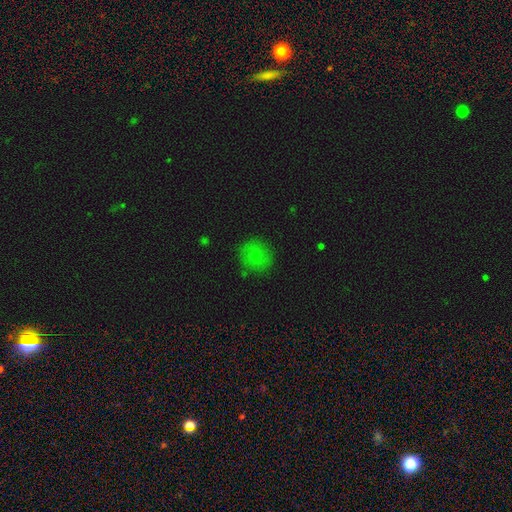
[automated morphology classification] The model was most divided on "smooth or featured": smooth: 68%, featured or disk: 19%, star or artifact: 13%. More confident: how rounded — round (88%); merging — none (79%).